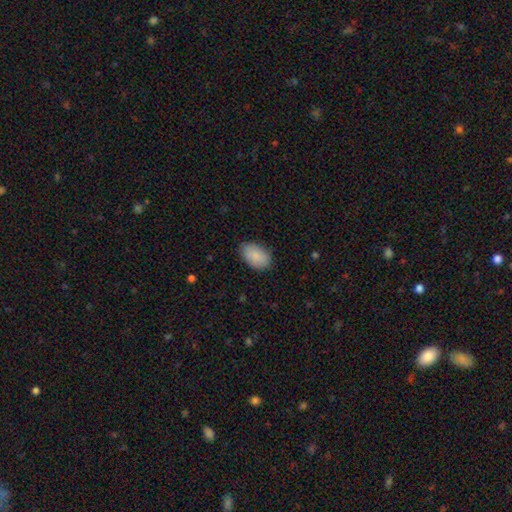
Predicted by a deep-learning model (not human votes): Smooth or featured?
  - smooth: 87% *
  - featured or disk: 7%
  - star or artifact: 6%
How rounded?
  - in between: 92% *
  - round: 6%
  - cigar-shaped: 1%
Merging?
  - none: 80% *
  - minor disturbance: 16%
  - major disturbance: 3%
  - merger: 1%